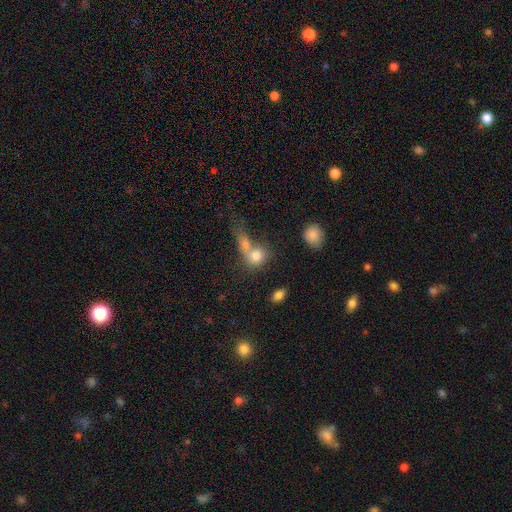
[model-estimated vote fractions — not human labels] Overall: smooth (77%). How rounded: round (65%; in between 33%). Merging: merger (59%; none 28%).